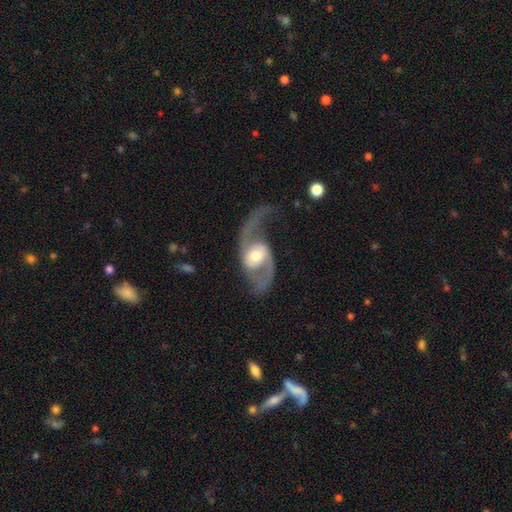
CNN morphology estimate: Smooth or featured?
  - featured or disk: 89% *
  - smooth: 7%
  - star or artifact: 4%
Edge-on disk?
  - no: 96% *
  - yes: 4%
Bar?
  - no: 49% *
  - weak: 36%
  - strong: 15%
Spiral arms?
  - yes: 95% *
  - no: 5%
Spiral winding?
  - loose: 65% *
  - medium: 29%
  - tight: 7%
Spiral arm count?
  - 2: 91% *
  - 1: 4%
  - can't tell: 2%
  - 3: 1%
  - 4: 1%
  - more than 4: 1%
Bulge size?
  - moderate: 67% *
  - small: 18%
  - large: 12%
  - dominant: 2%
  - none: 1%
Merging?
  - none: 59% *
  - major disturbance: 22%
  - minor disturbance: 16%
  - merger: 3%